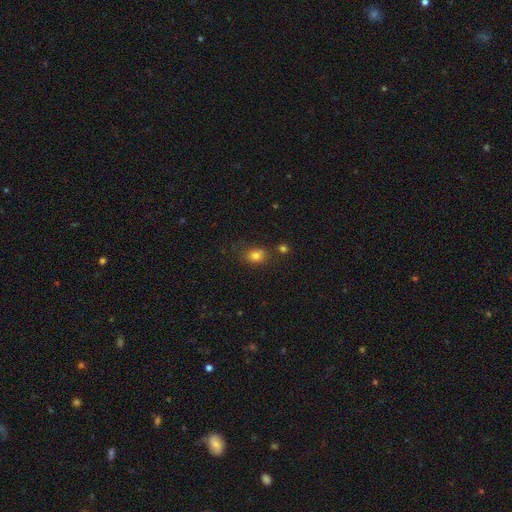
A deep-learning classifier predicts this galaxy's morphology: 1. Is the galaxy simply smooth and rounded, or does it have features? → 78% smooth, 13% star or artifact, 8% featured or disk.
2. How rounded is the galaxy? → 53% in between, 45% round, 1% cigar-shaped.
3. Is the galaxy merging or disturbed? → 62% none, 19% minor disturbance, 12% merger, 7% major disturbance.